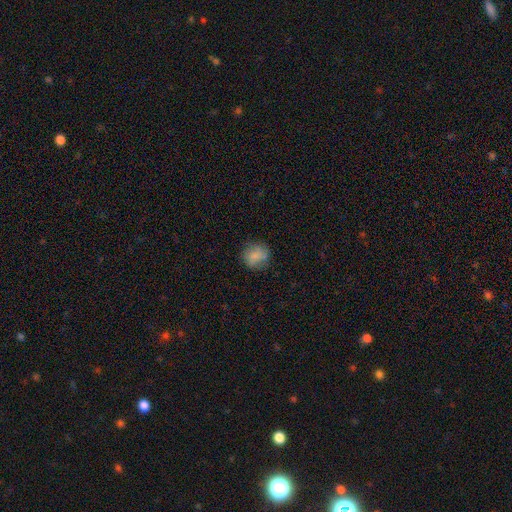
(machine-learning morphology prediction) Smooth or featured? smooth (77%)
How rounded? round (84%)
Merging? none (77%)